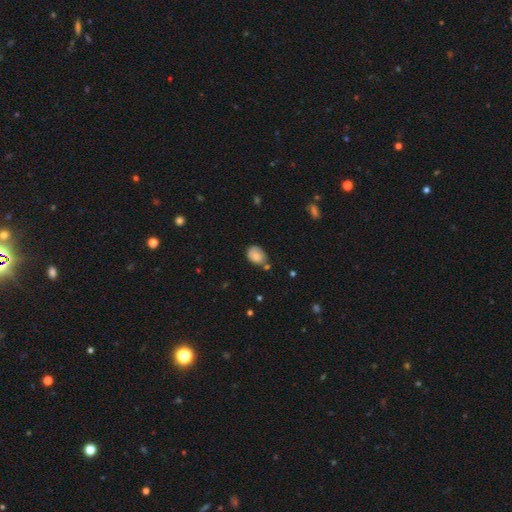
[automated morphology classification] smooth 77%, featured or disk 14%, star or artifact 8%. Down the decision tree: how rounded — in between (67%); merging — none (57%).